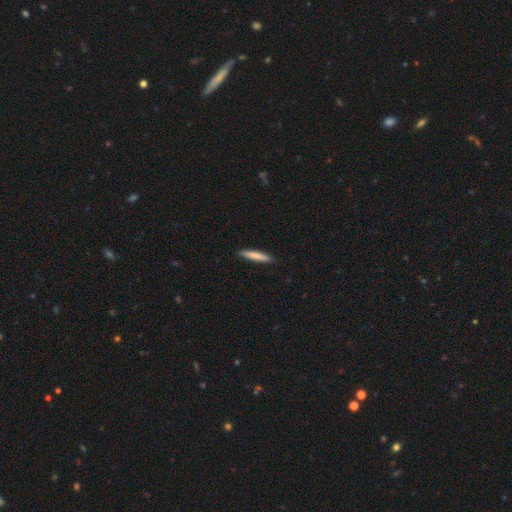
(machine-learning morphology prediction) Smooth or featured?
  - smooth: 78% *
  - featured or disk: 17%
  - star or artifact: 6%
How rounded?
  - cigar-shaped: 93% *
  - in between: 6%
  - round: 1%
Merging?
  - none: 90% *
  - minor disturbance: 7%
  - major disturbance: 1%
  - merger: 1%